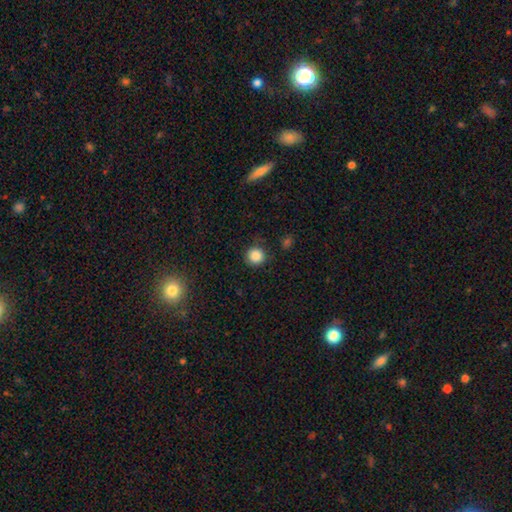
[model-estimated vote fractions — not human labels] A smooth galaxy with no disk features (86%) that is round (94%).

Vote fractions:
- Smooth or featured? smooth: 86% / star or artifact: 11% / featured or disk: 4%
- How rounded? round: 94% / in between: 5% / cigar-shaped: 1%
- Merging? none: 86% / minor disturbance: 9% / major disturbance: 3% / merger: 2%